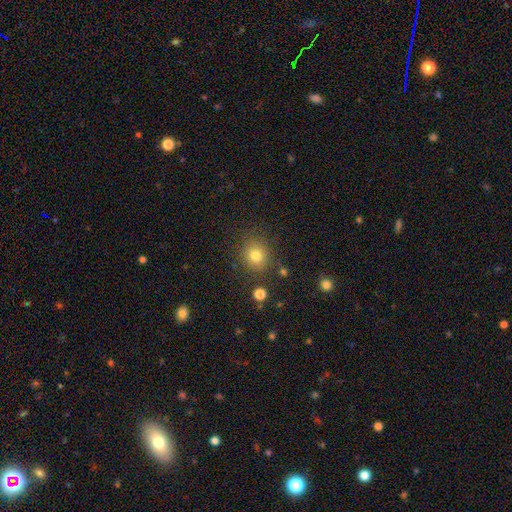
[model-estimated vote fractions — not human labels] The model was most divided on "smooth or featured": smooth: 79%, star or artifact: 14%, featured or disk: 8%. More confident: how rounded — round (84%); merging — none (83%).